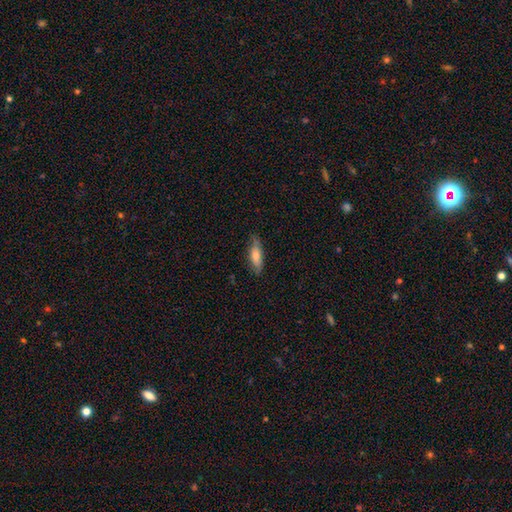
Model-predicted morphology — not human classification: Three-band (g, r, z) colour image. It shows a smooth galaxy with no disk features (69%) that is in between round and cigar-shaped (59%). Merging: none (76%).